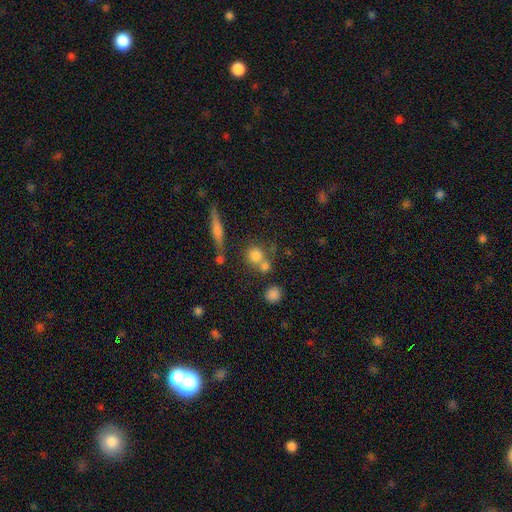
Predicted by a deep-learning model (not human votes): Smooth or featured? Predicted: smooth (p=0.74). How rounded? Predicted: round (p=0.80). Merging? Predicted: none (p=0.49).